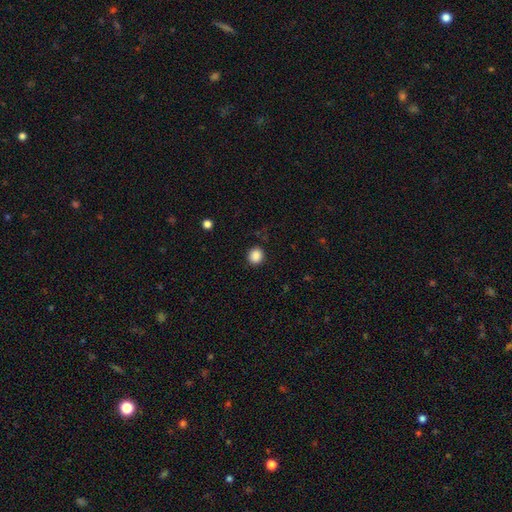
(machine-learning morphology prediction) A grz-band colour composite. It shows a smooth galaxy with no disk features (87%) that is round (84%). Merging: none (88%).